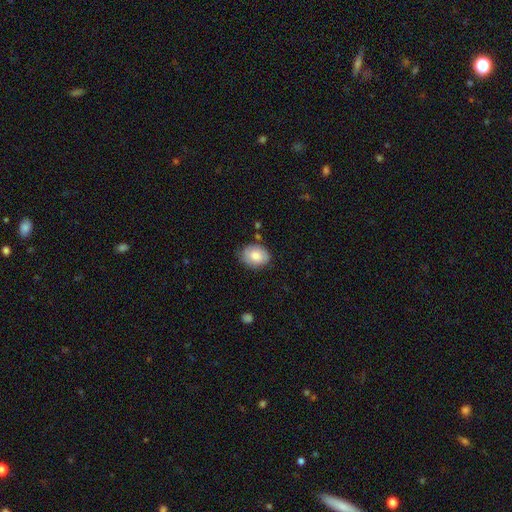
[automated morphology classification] type=smooth (75%); roundness=in between (62%); merging=none (72%).